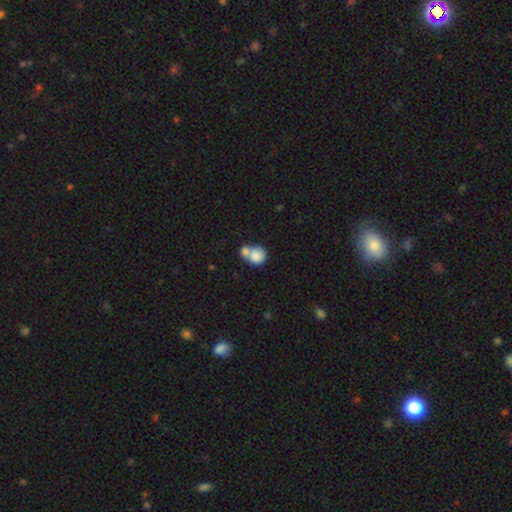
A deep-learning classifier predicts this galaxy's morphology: Q: Smooth or featured?
A: smooth (81%); runner-up: featured or disk (11%)
Q: How rounded?
A: round (76%); runner-up: in between (23%)
Q: Merging?
A: merger (58%); runner-up: none (28%)